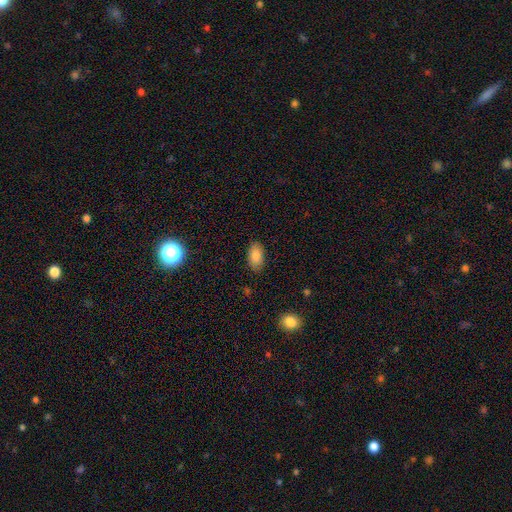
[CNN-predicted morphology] Smooth or featured?
  - smooth: 86% *
  - star or artifact: 8%
  - featured or disk: 6%
How rounded?
  - in between: 94% *
  - round: 3%
  - cigar-shaped: 3%
Merging?
  - none: 85% *
  - minor disturbance: 11%
  - major disturbance: 2%
  - merger: 1%